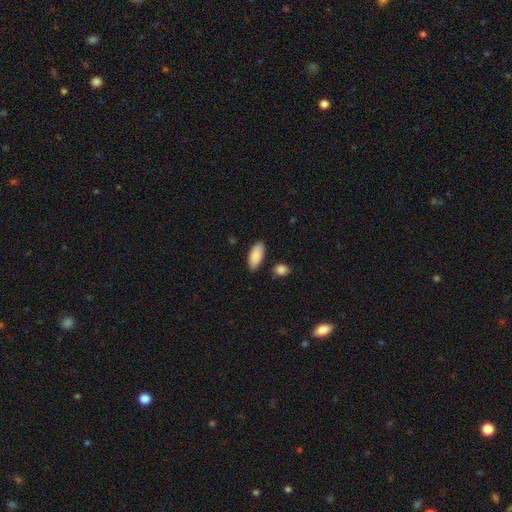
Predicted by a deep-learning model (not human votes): The model was most divided on "merging": none: 84%, minor disturbance: 11%, merger: 3%, major disturbance: 2%. More confident: smooth or featured — smooth (88%); how rounded — in between (87%).